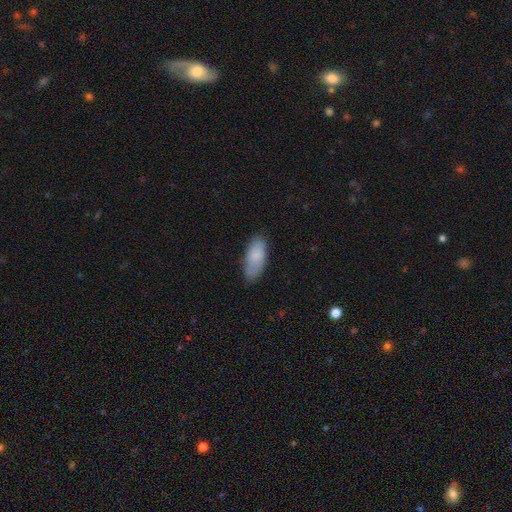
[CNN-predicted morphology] Q: Smooth or featured?
A: smooth (83%); runner-up: featured or disk (11%)
Q: How rounded?
A: in between (86%); runner-up: cigar-shaped (12%)
Q: Merging?
A: none (76%); runner-up: minor disturbance (20%)